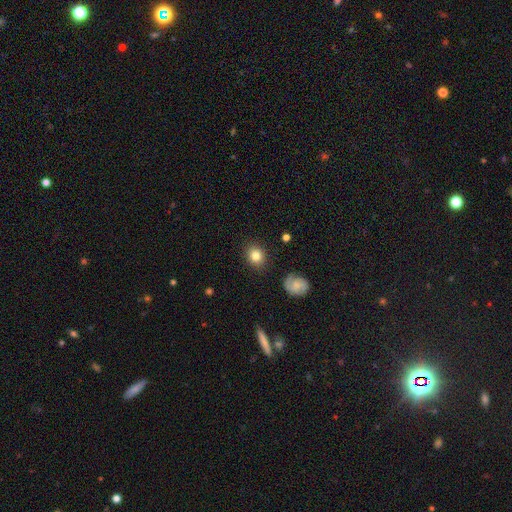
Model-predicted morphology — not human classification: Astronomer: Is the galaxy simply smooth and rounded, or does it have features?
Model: smooth — 83%.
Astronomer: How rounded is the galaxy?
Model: round — 65%.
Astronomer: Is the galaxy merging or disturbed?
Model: none — 86%.